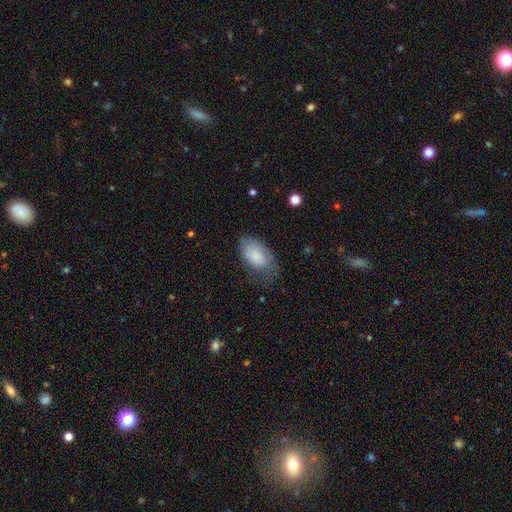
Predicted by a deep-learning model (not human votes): Morphology: type=smooth (79%); roundness=in between (94%); merging=none (46%).